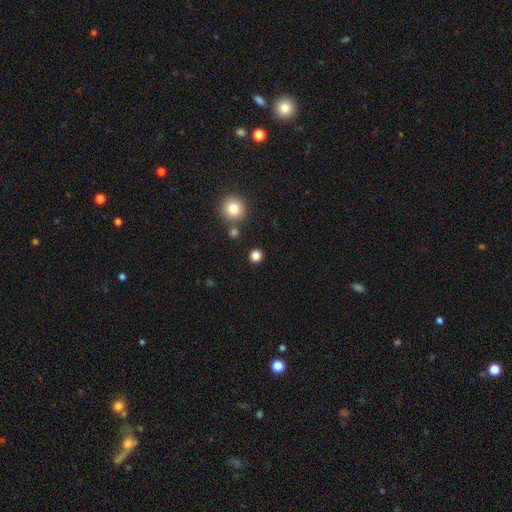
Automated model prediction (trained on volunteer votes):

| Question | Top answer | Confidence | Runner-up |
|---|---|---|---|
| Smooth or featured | smooth | 83% | star or artifact (14%) |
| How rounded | round | 94% | in between (6%) |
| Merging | none | 88% | minor disturbance (6%) |